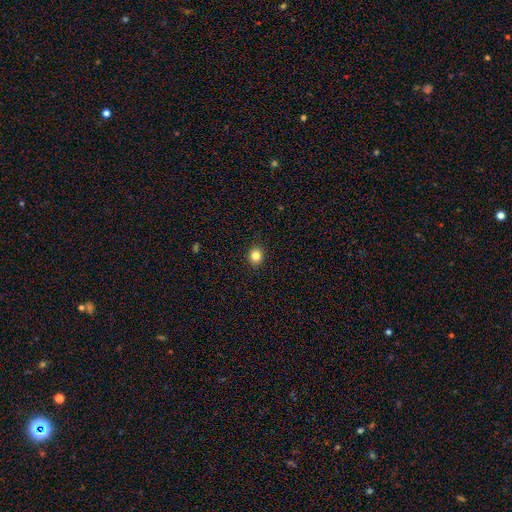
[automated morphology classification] This is clearly a smooth galaxy (83%). How rounded: likely round (77%). Merging: clearly none (92%).